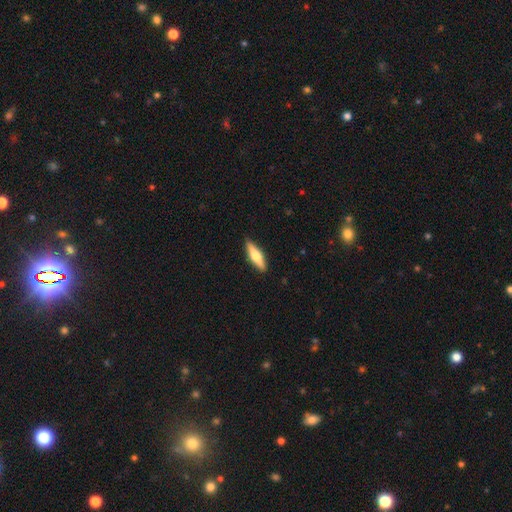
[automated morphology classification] type=smooth (49%); merging=none (89%).